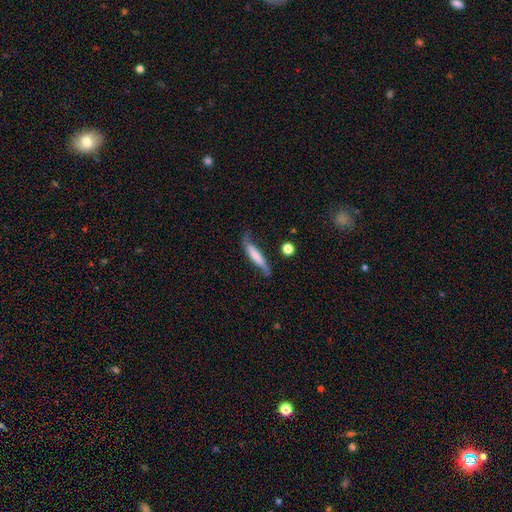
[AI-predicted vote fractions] Smooth or featured? smooth (50%)
How rounded? cigar-shaped (83%)
Merging? none (51%)